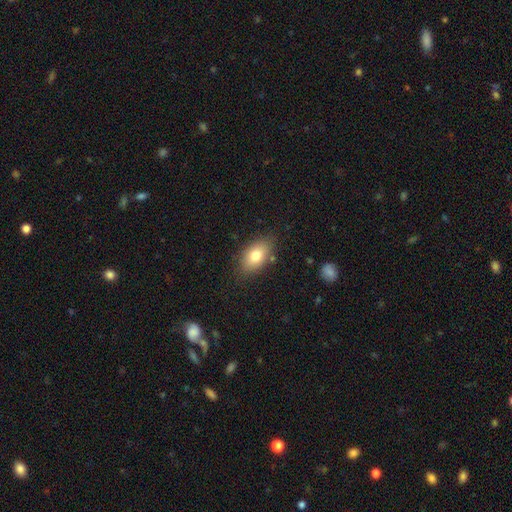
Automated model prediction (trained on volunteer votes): Smooth or featured? Predicted: smooth (p=0.77). How rounded? Predicted: in between (p=0.90). Merging? Predicted: none (p=0.81).